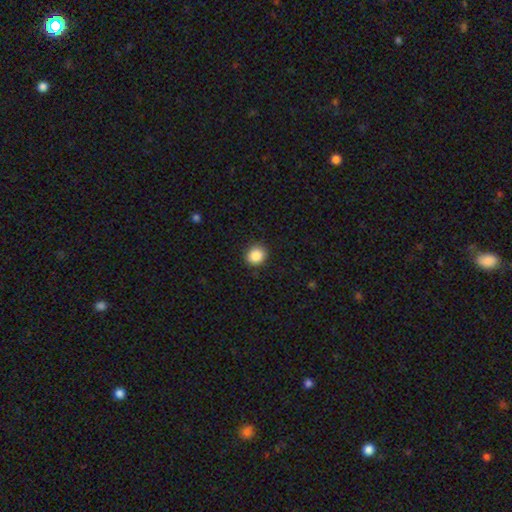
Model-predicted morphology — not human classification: A smooth galaxy with no disk features (87%) that is round (80%).

Vote fractions:
- Smooth or featured? smooth: 87% / star or artifact: 9% / featured or disk: 4%
- How rounded? round: 80% / in between: 19% / cigar-shaped: 1%
- Merging? none: 89% / minor disturbance: 8% / major disturbance: 2% / merger: 1%